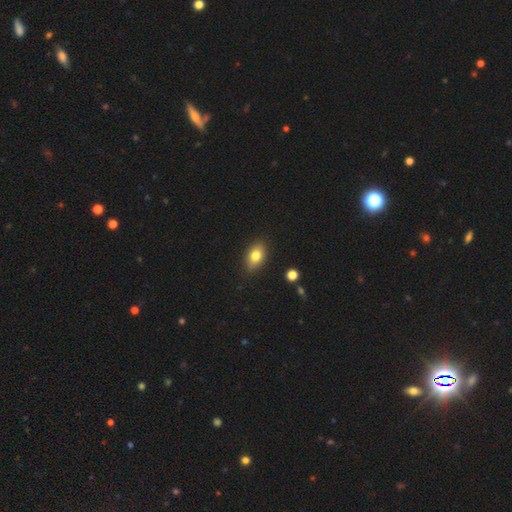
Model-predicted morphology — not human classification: smooth_or_featured: smooth (p=0.78) [alt: featured or disk p=0.13]
how_rounded: in between (p=0.85) [alt: round p=0.12]
merging: none (p=0.86) [alt: minor disturbance p=0.10]